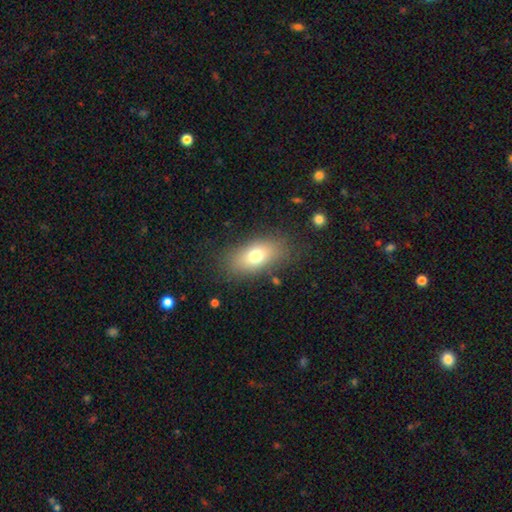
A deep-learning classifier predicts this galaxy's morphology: The model was most divided on "smooth or featured": smooth: 73%, featured or disk: 17%, star or artifact: 10%. More confident: how rounded — in between (85%); merging — none (80%).